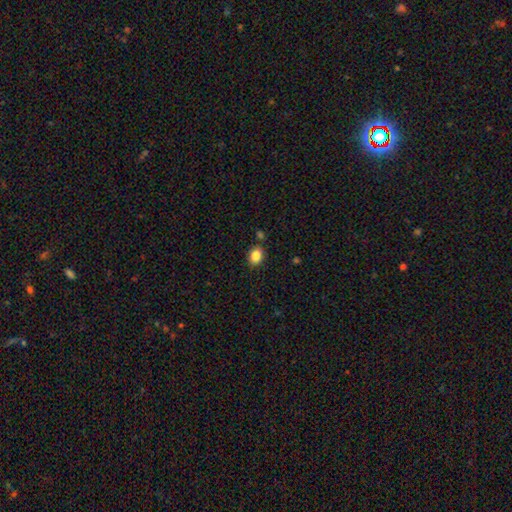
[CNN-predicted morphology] This is clearly a smooth galaxy (86%). How rounded: likely in between (66%). Merging: clearly none (81%).